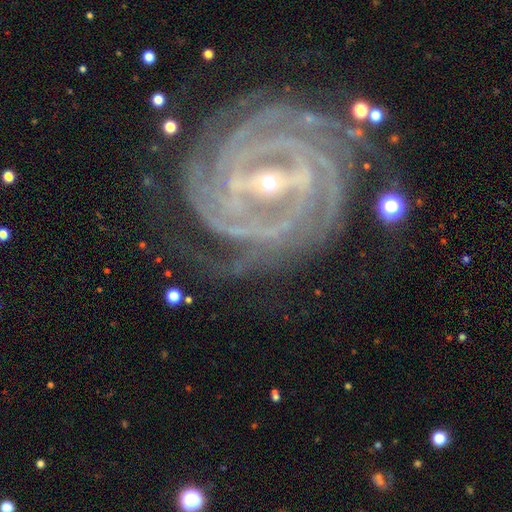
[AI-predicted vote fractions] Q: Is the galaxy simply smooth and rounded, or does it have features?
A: featured or disk — 93%.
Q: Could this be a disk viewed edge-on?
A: no — 97%.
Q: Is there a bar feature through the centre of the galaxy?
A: strong — 66%.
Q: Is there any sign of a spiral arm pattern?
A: yes — 98%.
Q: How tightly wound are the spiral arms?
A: tight — 78%.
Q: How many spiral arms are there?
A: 4 — 30%.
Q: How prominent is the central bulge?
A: small — 85%.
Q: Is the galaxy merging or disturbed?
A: none — 73%.